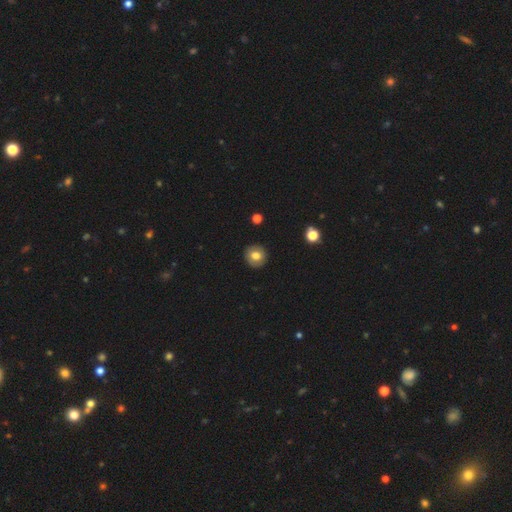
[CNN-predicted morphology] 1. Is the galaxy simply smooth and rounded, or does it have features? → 77% smooth, 14% featured or disk, 9% star or artifact.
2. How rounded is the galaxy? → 92% round, 7% in between, 1% cigar-shaped.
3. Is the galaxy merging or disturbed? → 92% none, 5% minor disturbance, 2% major disturbance, 1% merger.